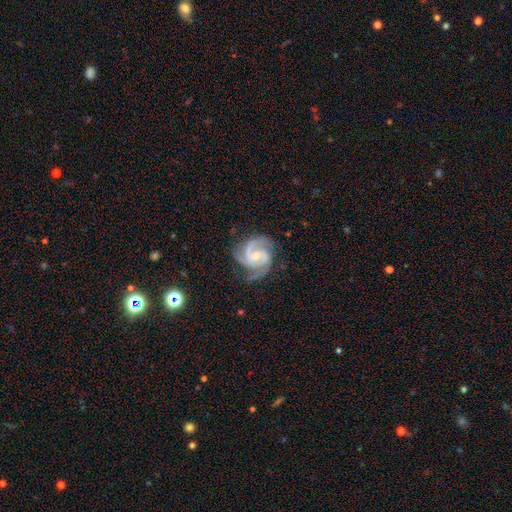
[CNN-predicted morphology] Q: Smooth or featured?
A: featured or disk (92%); runner-up: star or artifact (4%)
Q: Edge-on disk?
A: no (98%); runner-up: yes (2%)
Q: Bar?
A: no (49%); runner-up: weak (39%)
Q: Spiral arms?
A: yes (99%); runner-up: no (1%)
Q: Spiral winding?
A: medium (52%); runner-up: tight (41%)
Q: Spiral arm count?
A: 3 (56%); runner-up: 2 (28%)
Q: Bulge size?
A: small (60%); runner-up: moderate (37%)
Q: Merging?
A: none (71%); runner-up: minor disturbance (20%)